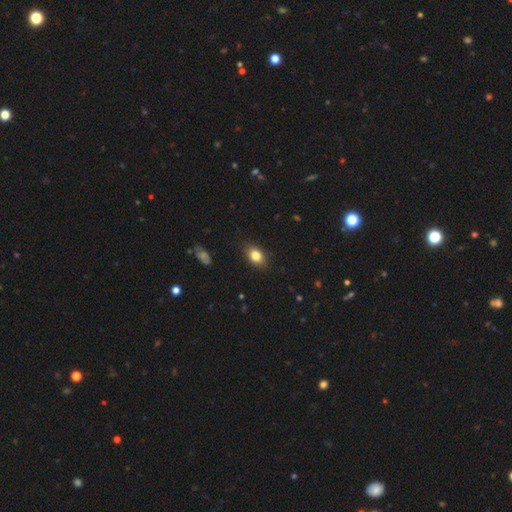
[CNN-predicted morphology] This appears to be a smooth galaxy with no disk features (83%) that is in between round and cigar-shaped (77%). Merging: none (85%).